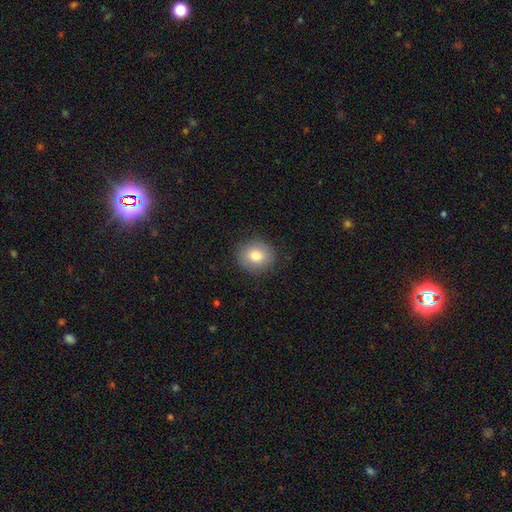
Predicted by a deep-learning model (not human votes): Smooth or featured?
  - smooth: 81% *
  - featured or disk: 11%
  - star or artifact: 9%
How rounded?
  - round: 76% *
  - in between: 23%
  - cigar-shaped: 1%
Merging?
  - none: 88% *
  - minor disturbance: 8%
  - major disturbance: 3%
  - merger: 1%